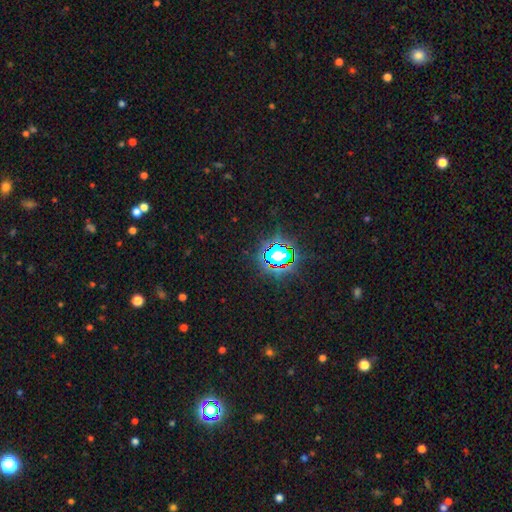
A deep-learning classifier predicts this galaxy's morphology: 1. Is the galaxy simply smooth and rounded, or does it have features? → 80% star or artifact, 13% smooth, 8% featured or disk.